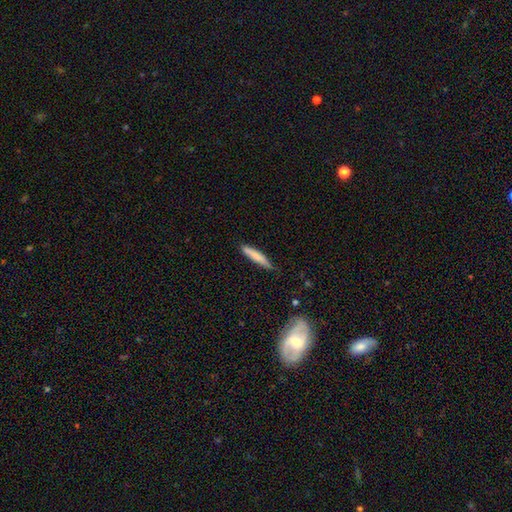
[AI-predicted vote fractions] Smooth or featured? Predicted: smooth (p=0.77). How rounded? Predicted: cigar-shaped (p=0.91). Merging? Predicted: none (p=0.74).